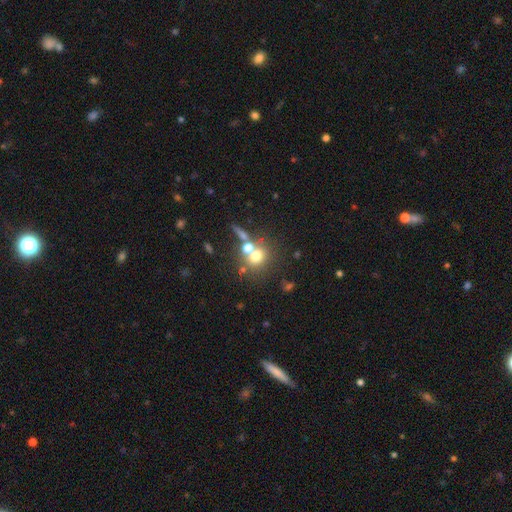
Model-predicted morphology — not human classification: smooth_or_featured: smooth (p=0.66) [alt: featured or disk p=0.18]
how_rounded: round (p=0.75) [alt: in between p=0.24]
merging: none (p=0.50) [alt: merger p=0.35]